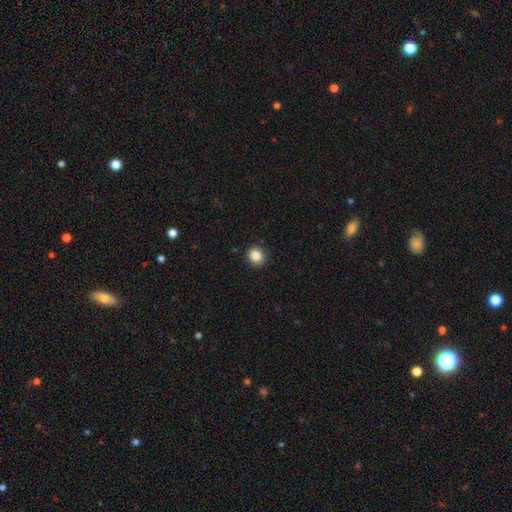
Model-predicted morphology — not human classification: Smooth or featured?
  - smooth: 86% *
  - star or artifact: 10%
  - featured or disk: 4%
How rounded?
  - round: 84% *
  - in between: 15%
  - cigar-shaped: 1%
Merging?
  - none: 90% *
  - minor disturbance: 7%
  - major disturbance: 2%
  - merger: 1%